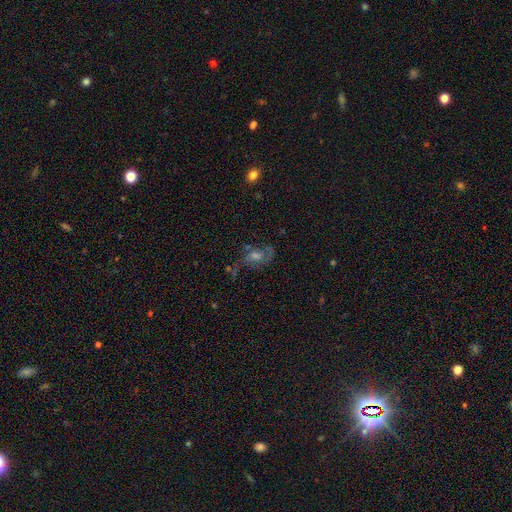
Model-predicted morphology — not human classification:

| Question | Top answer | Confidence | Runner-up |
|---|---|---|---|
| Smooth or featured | featured or disk | 58% | star or artifact (21%) |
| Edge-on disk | no | 94% | yes (6%) |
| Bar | no | 59% | weak (34%) |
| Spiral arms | yes | 81% | no (19%) |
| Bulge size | moderate | 53% | small (26%) |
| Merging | none | 60% | minor disturbance (19%) |